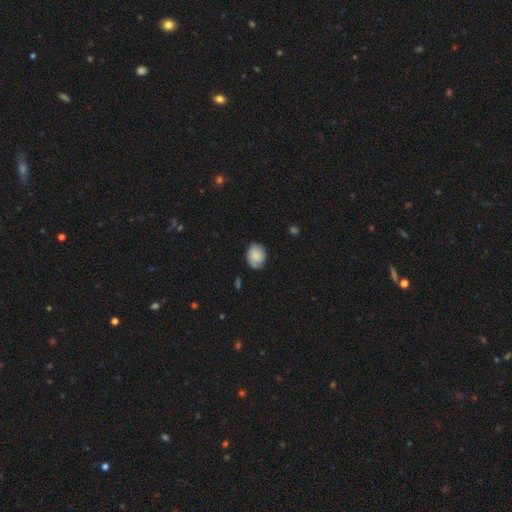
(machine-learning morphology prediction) A smooth galaxy with no disk features (78%) that is in between round and cigar-shaped (50%).

Vote fractions:
- Smooth or featured? smooth: 78% / featured or disk: 14% / star or artifact: 7%
- How rounded? in between: 50% / round: 49% / cigar-shaped: 1%
- Merging? none: 73% / minor disturbance: 22% / major disturbance: 4% / merger: 1%